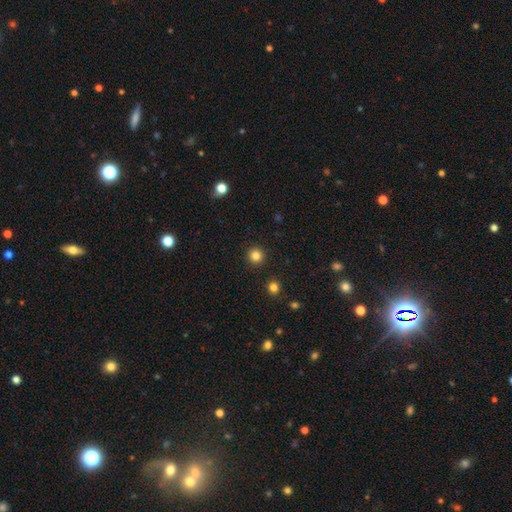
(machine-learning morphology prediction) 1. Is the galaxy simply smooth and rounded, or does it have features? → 84% smooth, 12% star or artifact, 4% featured or disk.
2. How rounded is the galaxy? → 95% round, 4% in between, 1% cigar-shaped.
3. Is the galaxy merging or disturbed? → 93% none, 4% minor disturbance, 2% major disturbance, 1% merger.